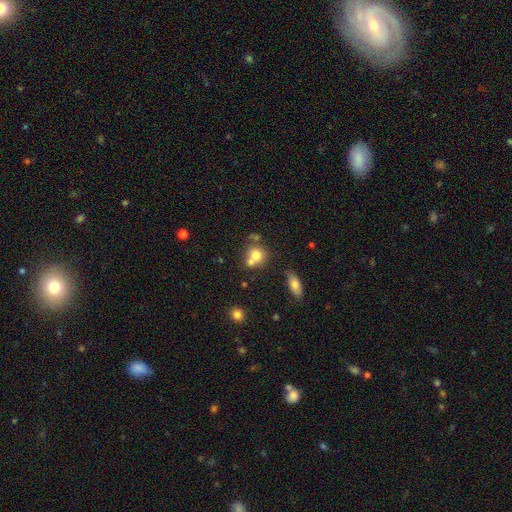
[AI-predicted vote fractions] Smooth or featured: smooth — 73% (featured or disk — 16%)
How rounded: round — 79% (in between — 20%)
Merging: merger — 43% (tied with none — 43%)